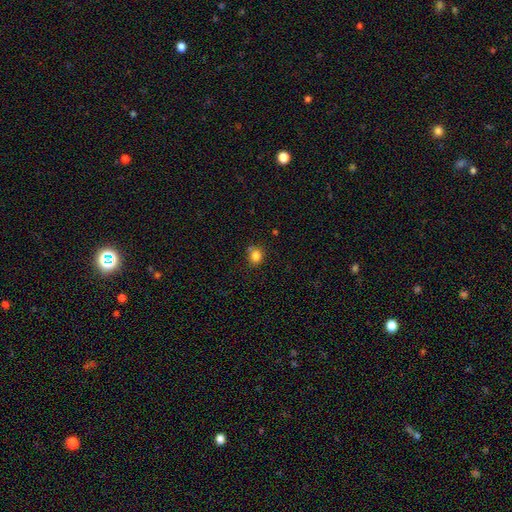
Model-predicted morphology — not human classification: This appears to be a smooth galaxy with no disk features (82%) that is round (70%). Merging: none (72%).